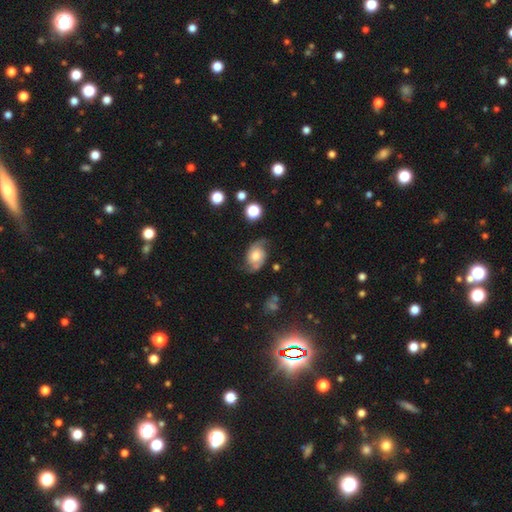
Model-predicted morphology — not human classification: Smooth or featured: featured or disk — 73% (smooth — 18%)
Edge-on disk: no — 97% (yes — 3%)
Bar: no — 72% (weak — 24%)
Spiral arms: yes — 92% (no — 8%)
Spiral winding: medium — 46% (loose — 33%)
Spiral arm count: 2 — 91% (can't tell — 4%)
Bulge size: moderate — 59% (small — 19%)
Merging: none — 70% (minor disturbance — 20%)